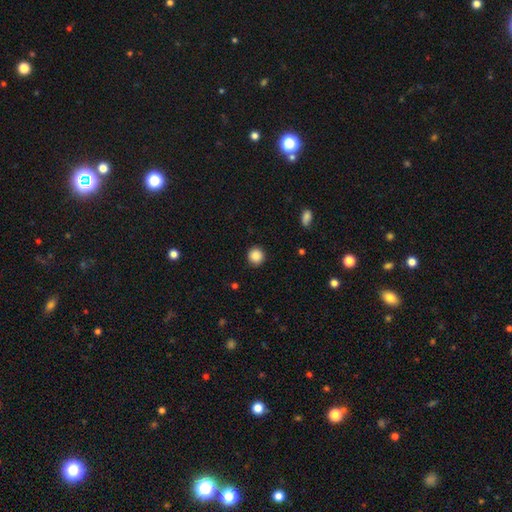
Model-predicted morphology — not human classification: Smooth or featured? Predicted: smooth (p=0.88). How rounded? Predicted: round (p=0.94). Merging? Predicted: none (p=0.91).